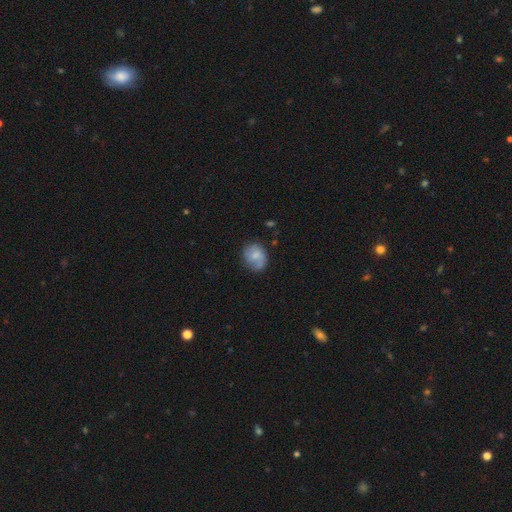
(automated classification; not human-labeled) This appears to be a smooth galaxy with no disk features (60%) that is round (54%). Merging: none (62%).